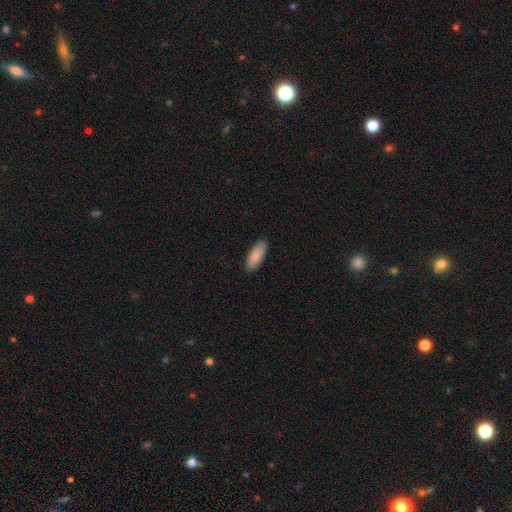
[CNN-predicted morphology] Smooth or featured: smooth — 90% (star or artifact — 5%)
How rounded: in between — 74% (cigar-shaped — 25%)
Merging: none — 89% (minor disturbance — 8%)